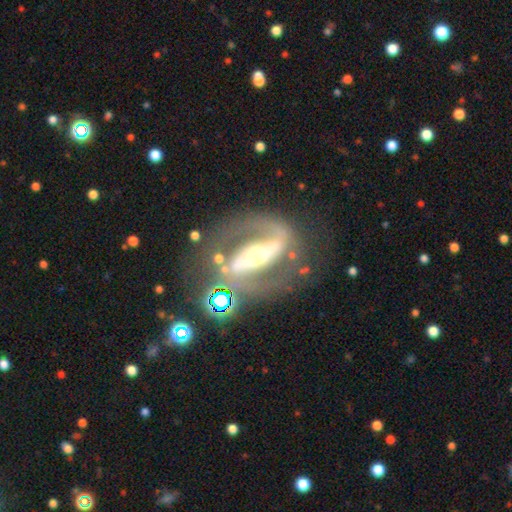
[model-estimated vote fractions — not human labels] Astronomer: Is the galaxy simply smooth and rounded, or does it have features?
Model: featured or disk — 88%.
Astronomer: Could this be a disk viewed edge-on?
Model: no — 94%.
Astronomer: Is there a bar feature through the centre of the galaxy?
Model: strong — 73%.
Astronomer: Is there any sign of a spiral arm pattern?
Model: yes — 92%.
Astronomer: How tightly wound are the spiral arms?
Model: medium — 55%.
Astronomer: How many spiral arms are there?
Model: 2 — 90%.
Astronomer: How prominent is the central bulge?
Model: moderate — 61%.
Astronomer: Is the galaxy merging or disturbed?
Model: none — 71%.